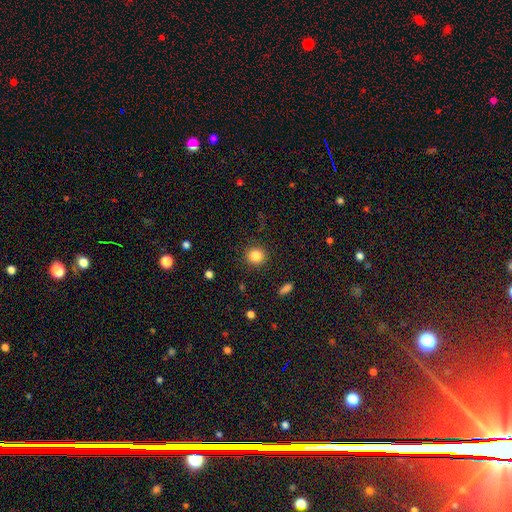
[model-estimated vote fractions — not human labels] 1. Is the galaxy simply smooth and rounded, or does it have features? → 84% smooth, 11% star or artifact, 5% featured or disk.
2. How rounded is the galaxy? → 90% round, 9% in between, 1% cigar-shaped.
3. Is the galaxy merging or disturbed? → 90% none, 6% minor disturbance, 2% major disturbance, 1% merger.